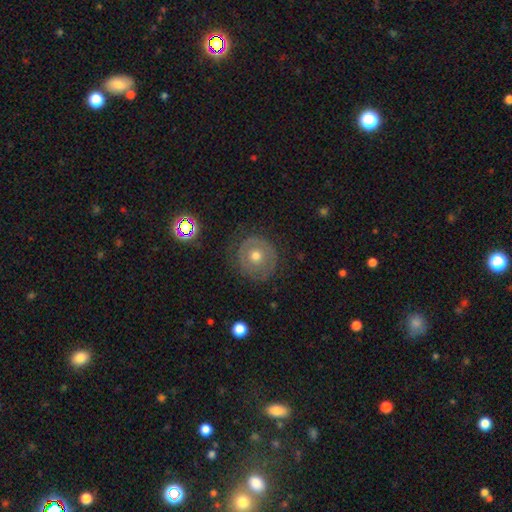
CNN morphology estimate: Smooth or featured?
  - featured or disk: 50% *
  - smooth: 39%
  - star or artifact: 11%
Edge-on disk?
  - no: 96% *
  - yes: 4%
Merging?
  - none: 80% *
  - minor disturbance: 13%
  - major disturbance: 6%
  - merger: 1%